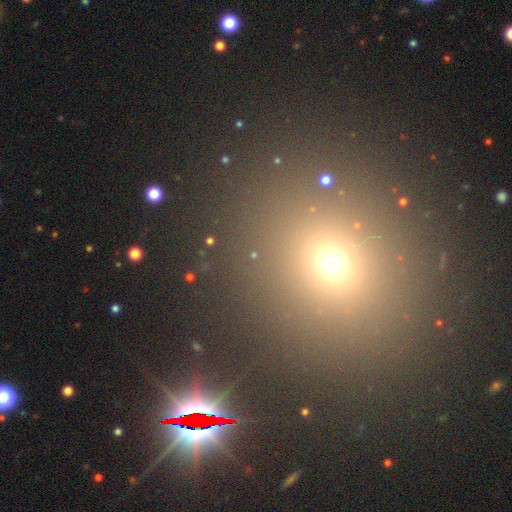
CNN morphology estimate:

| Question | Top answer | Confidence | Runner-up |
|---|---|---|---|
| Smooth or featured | smooth | 51% | star or artifact (42%) |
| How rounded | round | 79% | in between (20%) |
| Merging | none | 86% | minor disturbance (7%) |